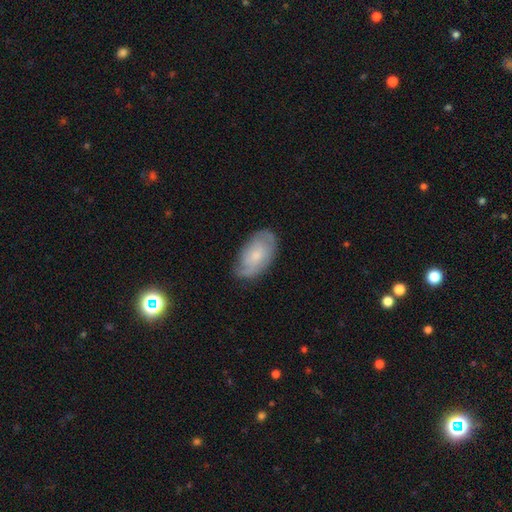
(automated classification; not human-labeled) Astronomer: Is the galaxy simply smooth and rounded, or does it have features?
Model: featured or disk — 53% (runner-up: smooth, 41%).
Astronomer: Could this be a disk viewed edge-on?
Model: no — 94%.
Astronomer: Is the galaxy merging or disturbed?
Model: none — 71%.